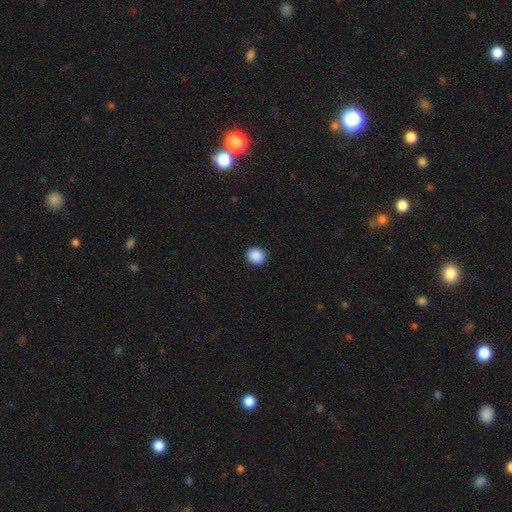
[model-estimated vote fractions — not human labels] Morphology: type=smooth (89%); roundness=round (80%); merging=none (92%).